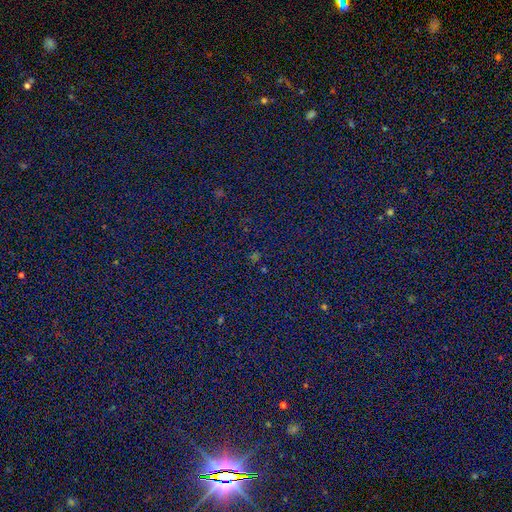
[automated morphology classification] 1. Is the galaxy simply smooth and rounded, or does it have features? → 78% star or artifact, 12% smooth, 9% featured or disk.